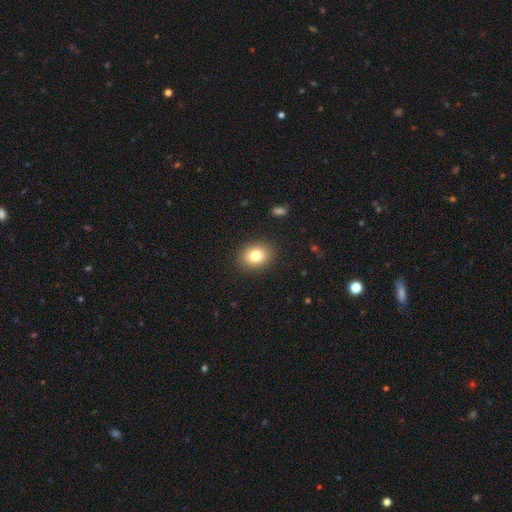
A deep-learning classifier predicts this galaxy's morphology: Smooth or featured? smooth (80%)
How rounded? round (50%)
Merging? none (89%)